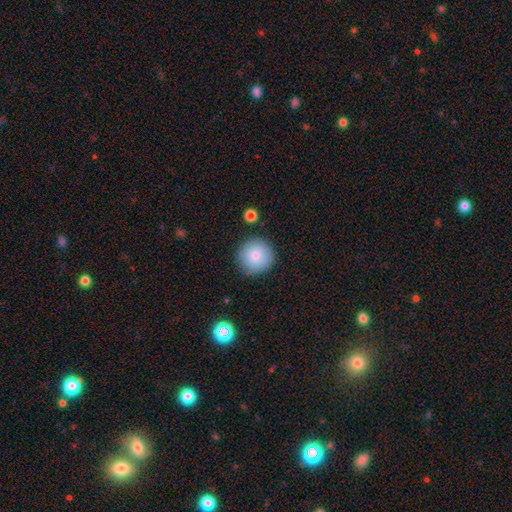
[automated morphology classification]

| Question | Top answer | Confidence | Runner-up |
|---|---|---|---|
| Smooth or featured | smooth | 83% | featured or disk (9%) |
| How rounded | round | 95% | in between (4%) |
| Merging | none | 87% | minor disturbance (9%) |